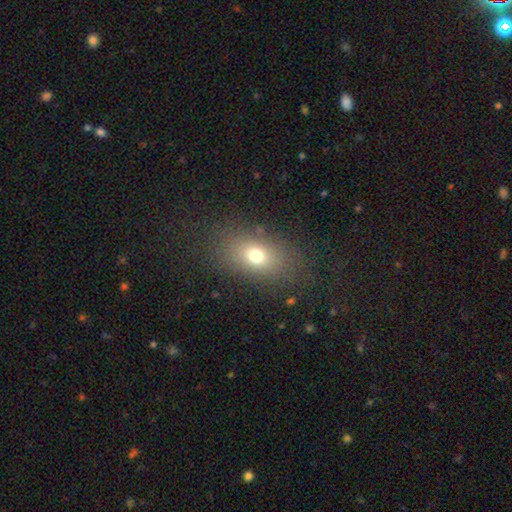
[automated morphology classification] smooth_or_featured: smooth (p=0.70) [alt: star or artifact p=0.15]
how_rounded: in between (p=0.76) [alt: round p=0.21]
merging: none (p=0.80) [alt: minor disturbance p=0.11]